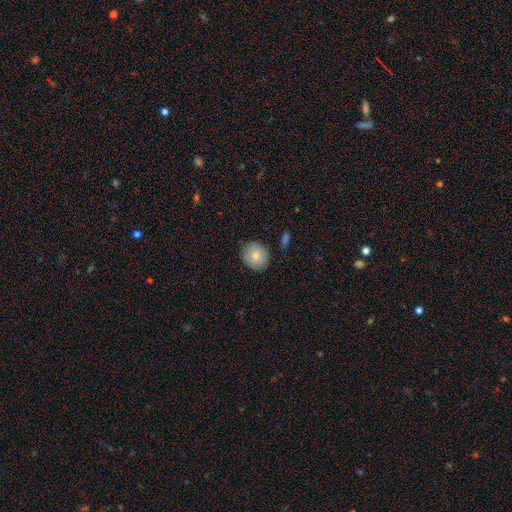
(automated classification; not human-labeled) smooth 78%, featured or disk 15%, star or artifact 8%. Down the decision tree: how rounded — round (83%); merging — none (83%).